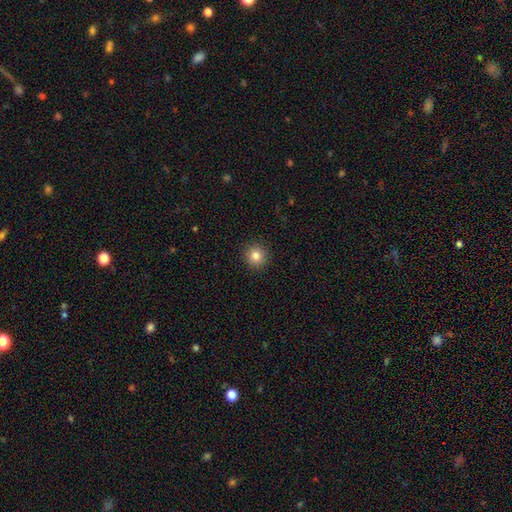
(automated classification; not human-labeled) Q: Smooth or featured?
A: smooth (83%); runner-up: star or artifact (11%)
Q: How rounded?
A: round (94%); runner-up: in between (5%)
Q: Merging?
A: none (92%); runner-up: minor disturbance (5%)